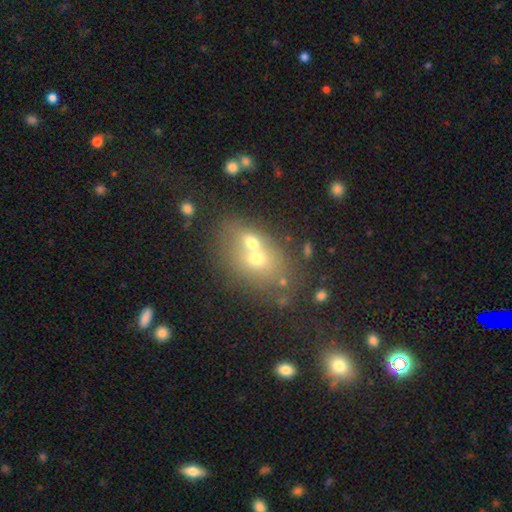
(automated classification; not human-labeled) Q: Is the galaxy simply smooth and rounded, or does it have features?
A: smooth — 57%.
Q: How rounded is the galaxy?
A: in between — 58%.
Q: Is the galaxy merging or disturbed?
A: merger — 55%.